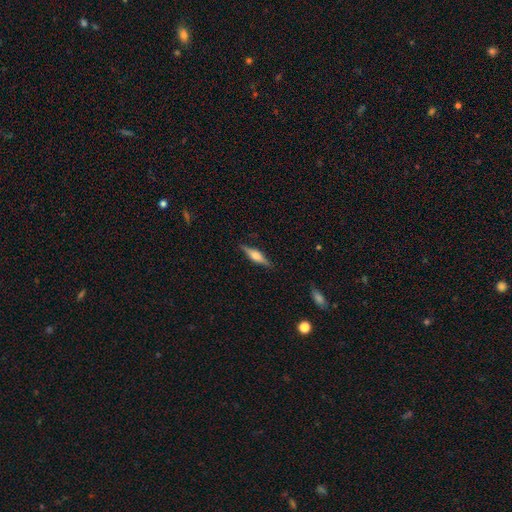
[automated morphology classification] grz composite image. It shows a featured or disk galaxy (66%) viewed edge-on (97%) with a rounded central bulge (84%). Merging: none (88%).